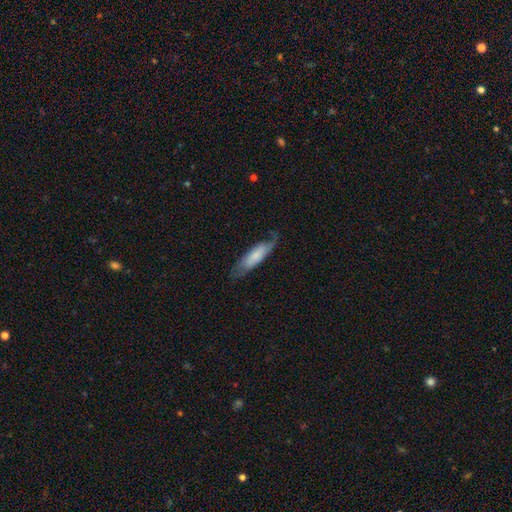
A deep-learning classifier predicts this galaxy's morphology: Smooth or featured? Predicted: smooth (p=0.55). How rounded? Predicted: cigar-shaped (p=0.55). Merging? Predicted: none (p=0.62).